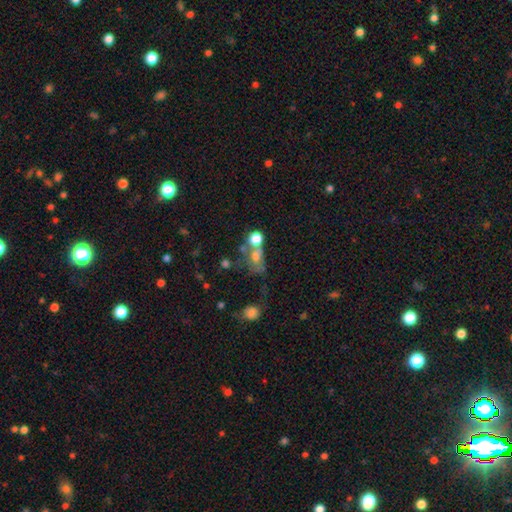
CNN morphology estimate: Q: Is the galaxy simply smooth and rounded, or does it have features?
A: smooth — 58%.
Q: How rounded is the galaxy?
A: round — 61%.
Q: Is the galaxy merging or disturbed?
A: merger — 41%.